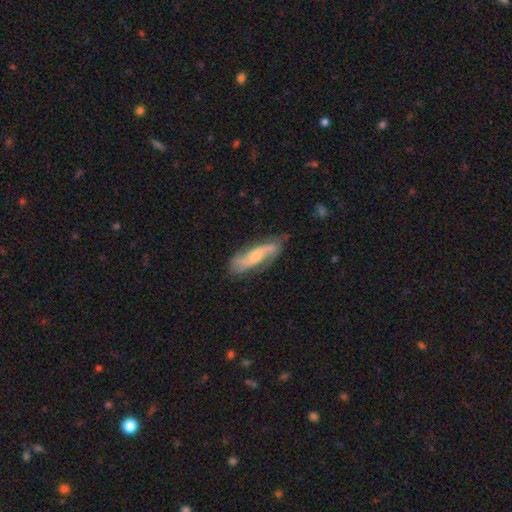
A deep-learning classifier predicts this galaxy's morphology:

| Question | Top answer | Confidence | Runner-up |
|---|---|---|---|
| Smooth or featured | featured or disk | 73% | smooth (21%) |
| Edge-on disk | no | 83% | yes (17%) |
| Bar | no | 50% | weak (36%) |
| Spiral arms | yes | 93% | no (7%) |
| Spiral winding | loose | 47% | medium (37%) |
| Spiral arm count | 2 | 85% | can't tell (8%) |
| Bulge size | small | 46% | moderate (45%) |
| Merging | none | 71% | minor disturbance (21%) |